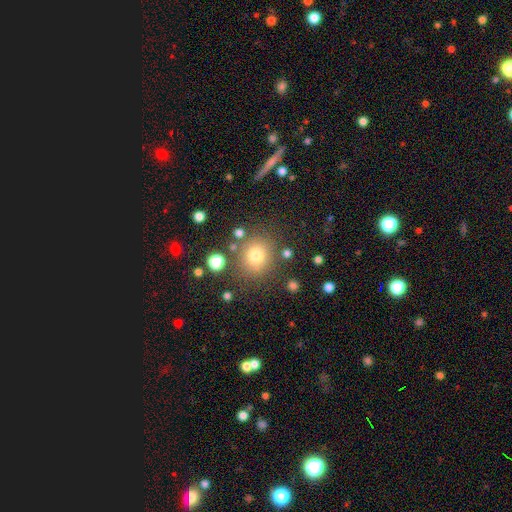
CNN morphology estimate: Overall: smooth (74%). How rounded: round (85%). Merging: none (79%).